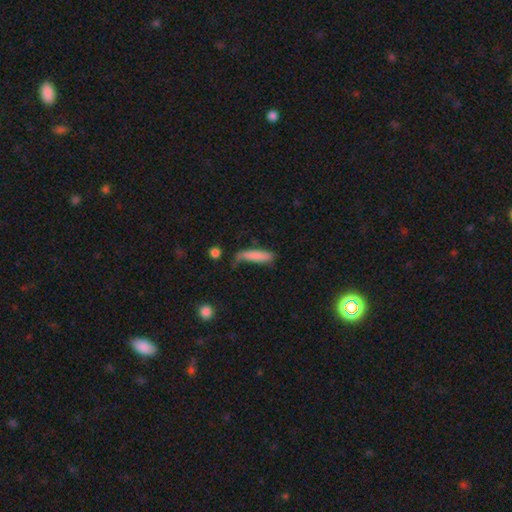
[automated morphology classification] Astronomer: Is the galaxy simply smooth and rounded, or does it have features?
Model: smooth — 81%.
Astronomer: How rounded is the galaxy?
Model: cigar-shaped — 76%.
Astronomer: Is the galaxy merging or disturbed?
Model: none — 50% (runner-up: minor disturbance, 30%).